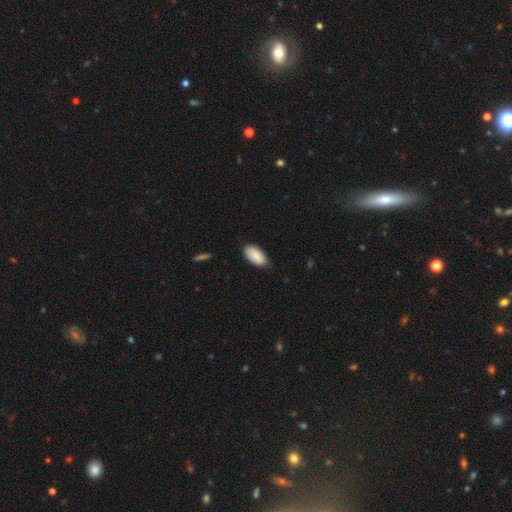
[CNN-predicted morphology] Overall: smooth (88%). How rounded: in between (95%). Merging: none (76%).